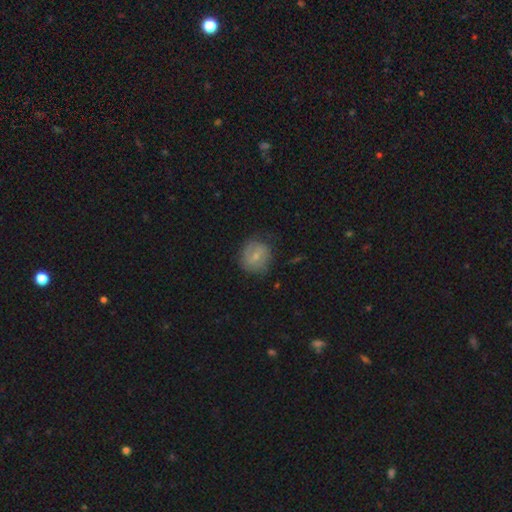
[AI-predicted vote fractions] smooth_or_featured: smooth (p=0.56) [alt: featured or disk p=0.36]
how_rounded: round (p=0.83) [alt: in between p=0.16]
merging: none (p=0.69) [alt: minor disturbance p=0.22]